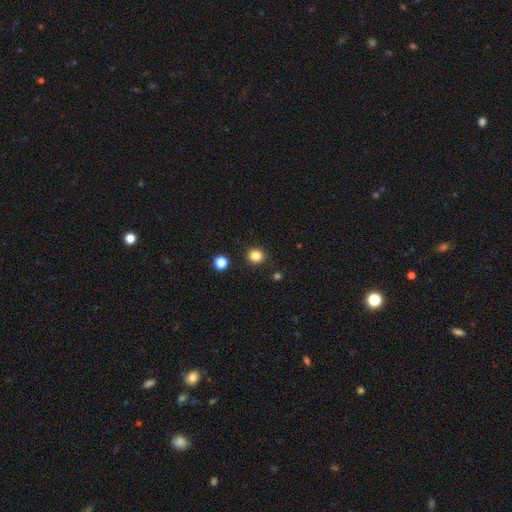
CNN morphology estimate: Smooth or featured?
  - smooth: 84% *
  - star or artifact: 12%
  - featured or disk: 4%
How rounded?
  - round: 89% *
  - in between: 10%
  - cigar-shaped: 1%
Merging?
  - none: 91% *
  - minor disturbance: 6%
  - merger: 2%
  - major disturbance: 2%